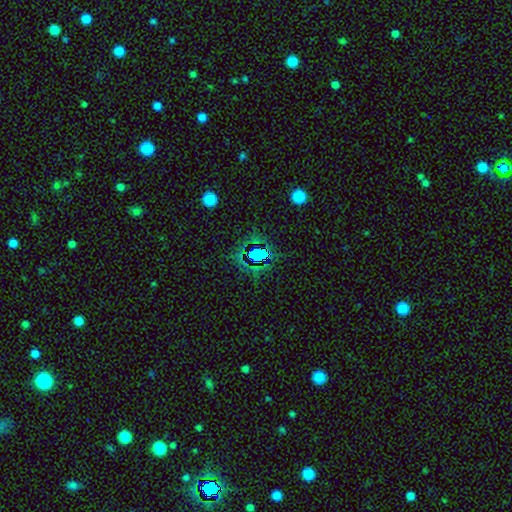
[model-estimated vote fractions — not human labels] Q: Smooth or featured?
A: star or artifact (67%); runner-up: smooth (22%)